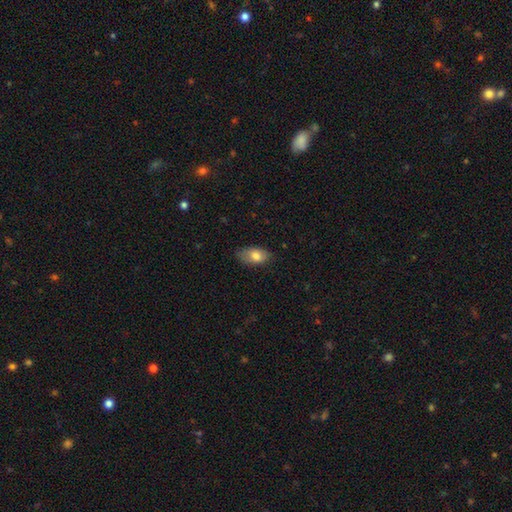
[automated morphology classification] The model was most divided on "merging": none: 71%, minor disturbance: 24%, major disturbance: 4%, merger: 1%. More confident: how rounded — in between (91%); smooth or featured — smooth (77%).